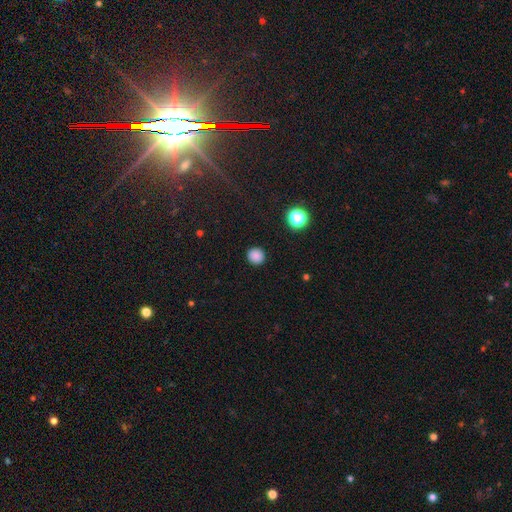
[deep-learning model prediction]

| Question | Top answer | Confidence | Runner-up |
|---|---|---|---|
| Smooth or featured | smooth | 85% | star or artifact (12%) |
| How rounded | round | 93% | in between (6%) |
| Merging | none | 92% | minor disturbance (5%) |